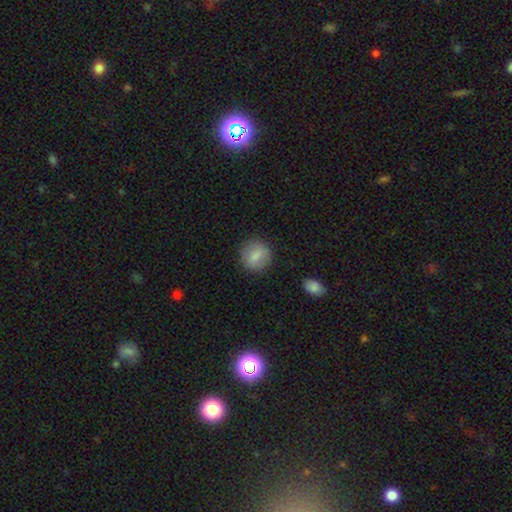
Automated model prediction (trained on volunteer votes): Q: Smooth or featured?
A: smooth (80%); runner-up: featured or disk (13%)
Q: How rounded?
A: round (84%); runner-up: in between (15%)
Q: Merging?
A: none (85%); runner-up: minor disturbance (10%)